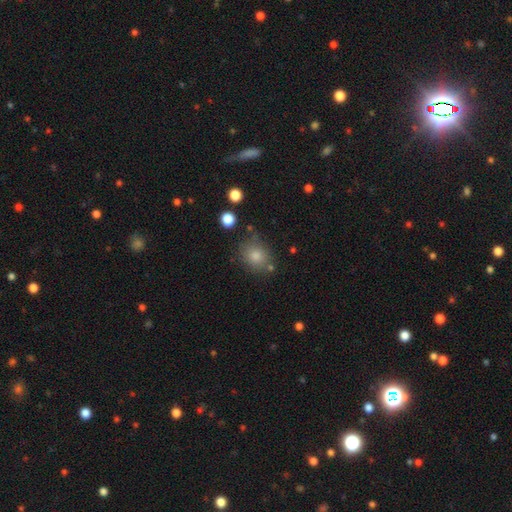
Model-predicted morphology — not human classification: Overall: smooth (81%). How rounded: round (62%; in between 37%). Merging: none (70%).